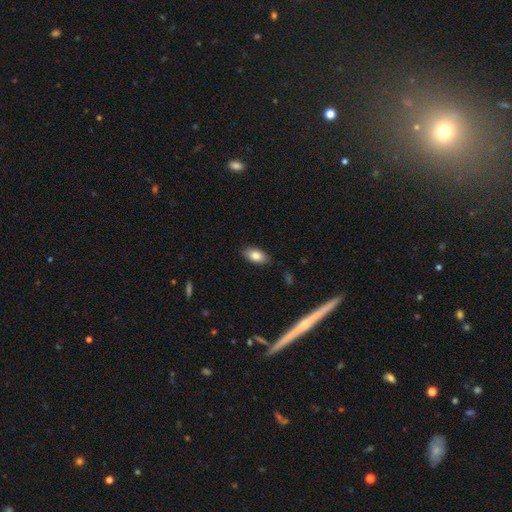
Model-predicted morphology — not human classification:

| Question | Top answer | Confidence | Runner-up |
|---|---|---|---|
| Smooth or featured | smooth | 83% | featured or disk (10%) |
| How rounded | in between | 91% | round (5%) |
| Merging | none | 86% | minor disturbance (11%) |